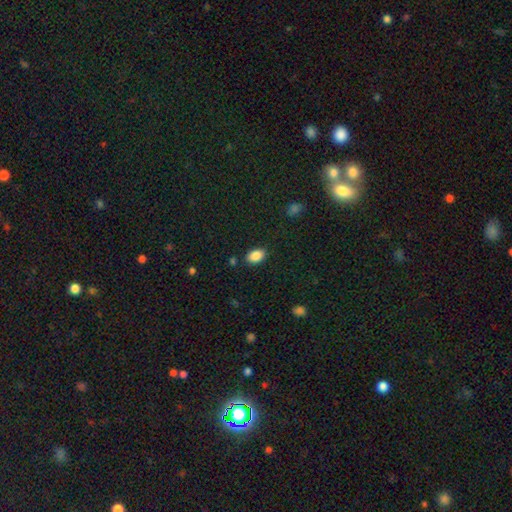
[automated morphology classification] The model was most divided on "merging": none: 86%, minor disturbance: 10%, major disturbance: 3%, merger: 2%. More confident: smooth or featured — smooth (88%); how rounded — in between (88%).